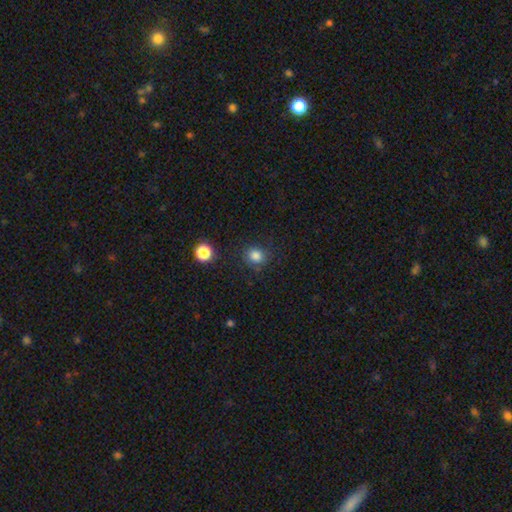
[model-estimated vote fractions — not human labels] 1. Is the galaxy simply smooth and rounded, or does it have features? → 83% smooth, 12% star or artifact, 5% featured or disk.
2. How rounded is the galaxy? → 80% round, 19% in between, 1% cigar-shaped.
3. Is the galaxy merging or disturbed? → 81% none, 12% minor disturbance, 5% major disturbance, 2% merger.